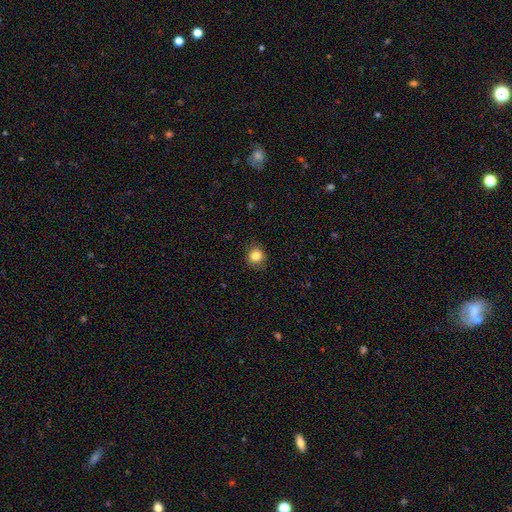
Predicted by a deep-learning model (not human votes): Overall: smooth (84%). How rounded: round (85%). Merging: none (84%).